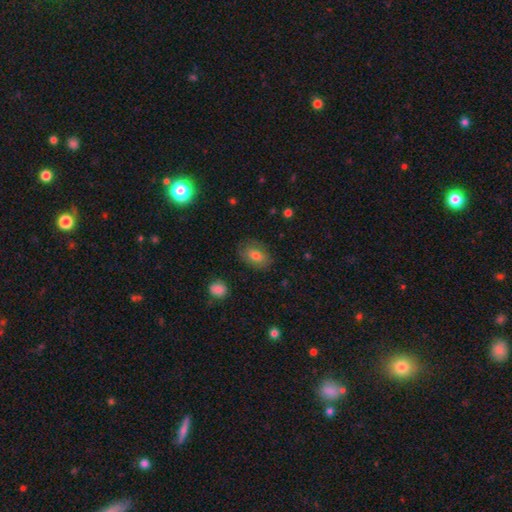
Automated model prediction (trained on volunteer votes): A smooth galaxy with no disk features (74%) that is in between round and cigar-shaped (83%). Merging: none (81%).